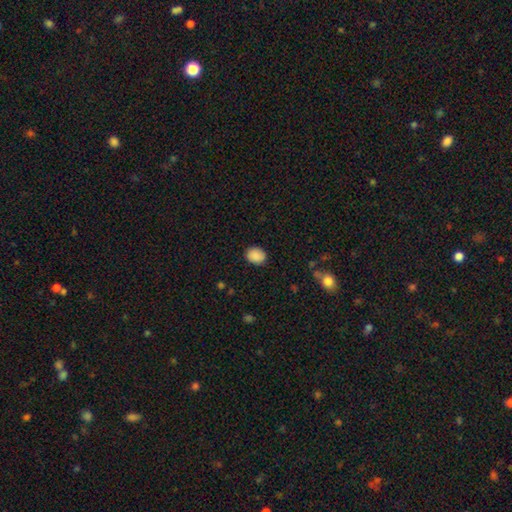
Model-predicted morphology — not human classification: Overall: smooth (89%). How rounded: in between (50%, tied with round). Merging: none (87%).